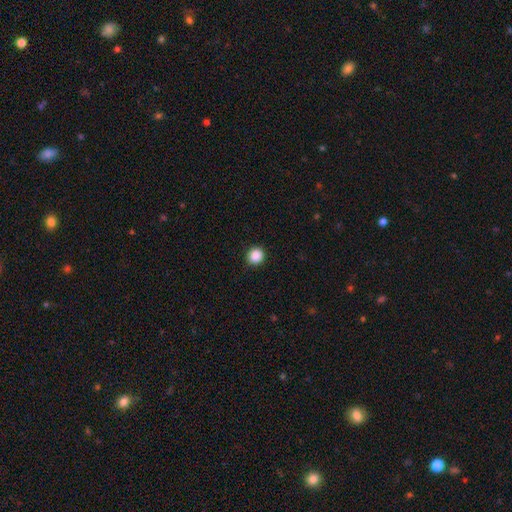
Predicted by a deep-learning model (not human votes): smooth_or_featured: smooth (p=0.89) [alt: star or artifact p=0.09]
how_rounded: round (p=0.90) [alt: in between p=0.09]
merging: none (p=0.92) [alt: minor disturbance p=0.05]